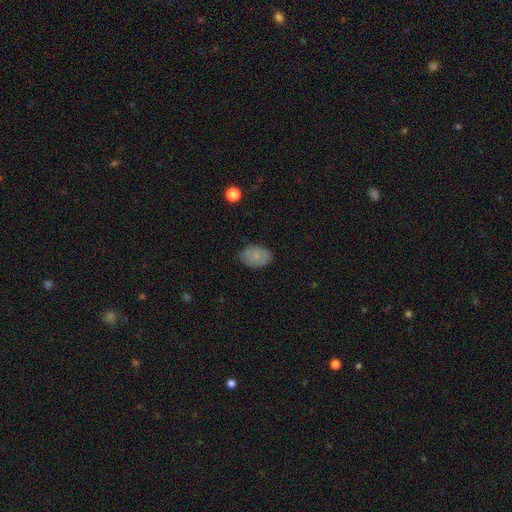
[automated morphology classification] Smooth or featured? Predicted: smooth (p=0.78). How rounded? Predicted: in between (p=0.86). Merging? Predicted: none (p=0.82).